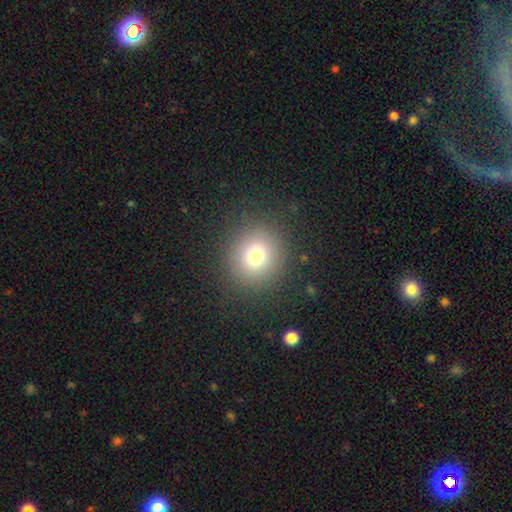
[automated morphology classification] Smooth or featured?
  - smooth: 74% *
  - star or artifact: 16%
  - featured or disk: 10%
How rounded?
  - round: 89% *
  - in between: 10%
  - cigar-shaped: 1%
Merging?
  - none: 87% *
  - minor disturbance: 7%
  - major disturbance: 4%
  - merger: 1%